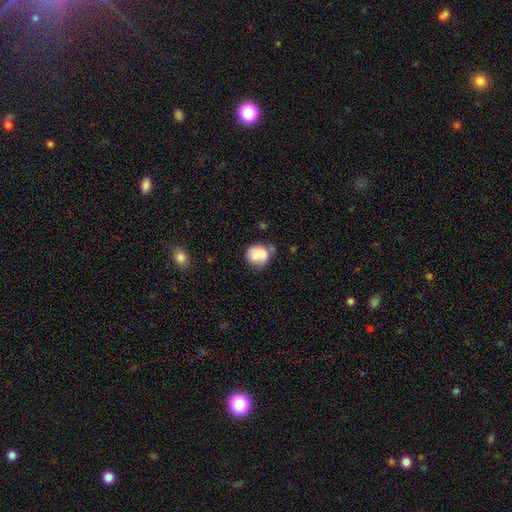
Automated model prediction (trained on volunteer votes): This appears to be a smooth galaxy with no disk features (69%) that is round (75%). Merging: none (43%).